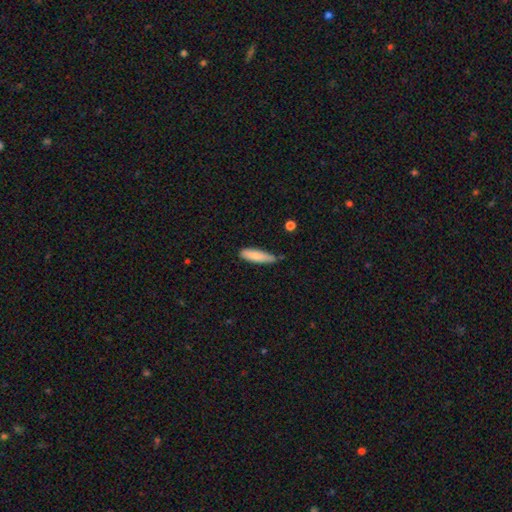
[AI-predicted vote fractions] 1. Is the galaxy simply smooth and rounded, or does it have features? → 83% smooth, 11% featured or disk, 6% star or artifact.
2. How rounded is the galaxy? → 63% cigar-shaped, 35% in between, 2% round.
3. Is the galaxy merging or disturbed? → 59% none, 33% minor disturbance, 5% major disturbance, 4% merger.